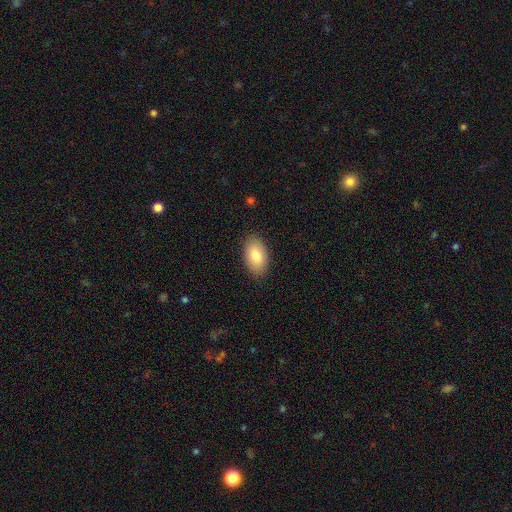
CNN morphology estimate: smooth 84%, featured or disk 10%, star or artifact 6%. Down the decision tree: how rounded — in between (94%); merging — none (88%).